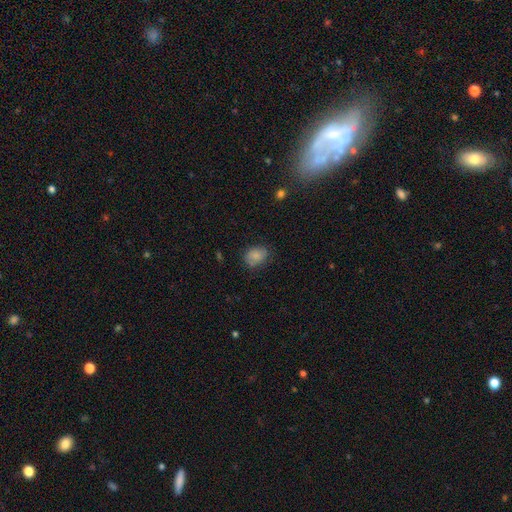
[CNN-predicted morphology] smooth-or-featured: smooth: 81% | featured or disk: 11% | star or artifact: 9%
  how-rounded: in between: 63% | round: 36% | cigar-shaped: 1%
  merging: none: 72% | minor disturbance: 21% | major disturbance: 5% | merger: 2%